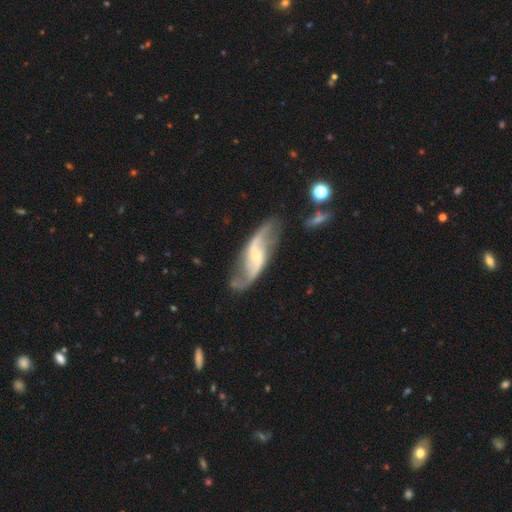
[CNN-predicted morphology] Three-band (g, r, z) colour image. It shows a featured or disk galaxy (88%) with a weak bar (41%), 2 (93%) loose (74%) spiral arms (96%) and a small central bulge (67%). Merging: none (71%).